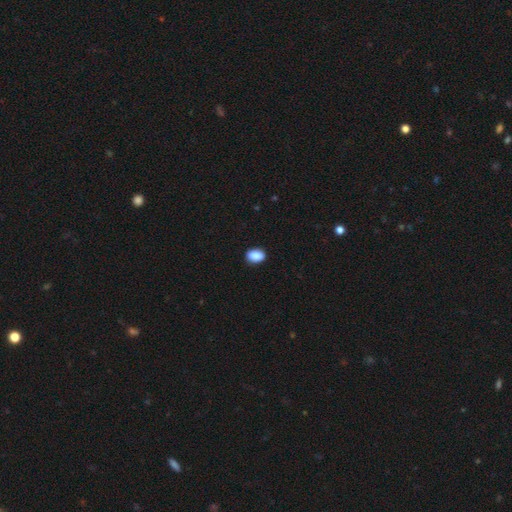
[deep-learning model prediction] This is clearly a smooth galaxy (90%). How rounded: clearly in between (82%). Merging: clearly none (89%).